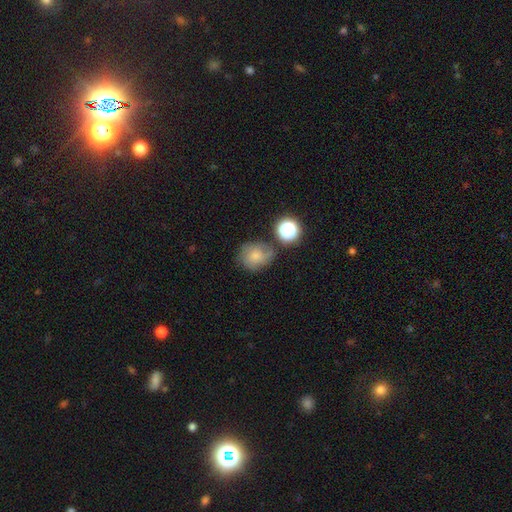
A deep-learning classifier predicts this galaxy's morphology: The model was most divided on "merging": none: 54%, minor disturbance: 25%, merger: 11%, major disturbance: 11%. More confident: how rounded — round (70%); smooth or featured — smooth (67%).